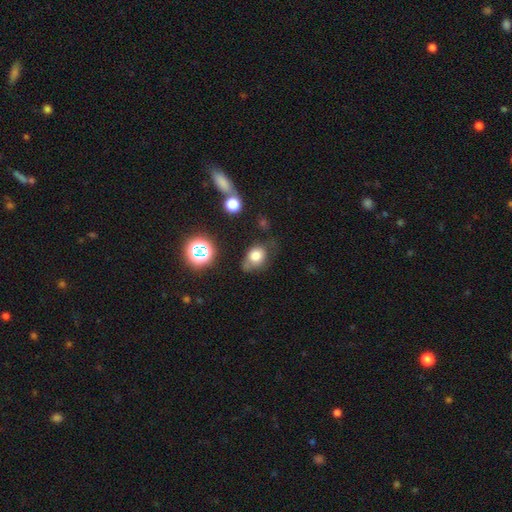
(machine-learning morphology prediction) This appears to be a smooth galaxy with no disk features (74%) that is in between round and cigar-shaped (56%). Merging: none (47%).